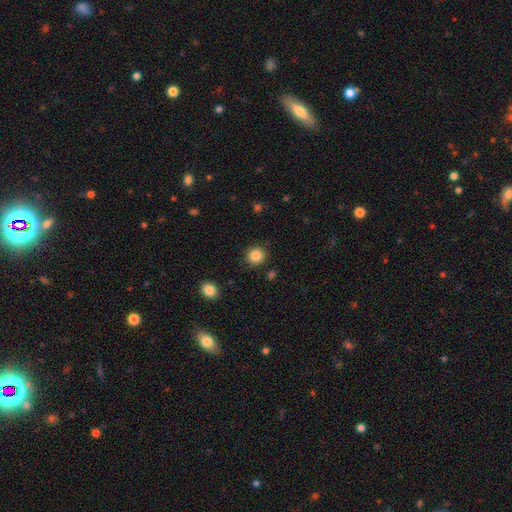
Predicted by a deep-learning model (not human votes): This appears to be a smooth galaxy with no disk features (85%) that is round (91%). Merging: none (90%).